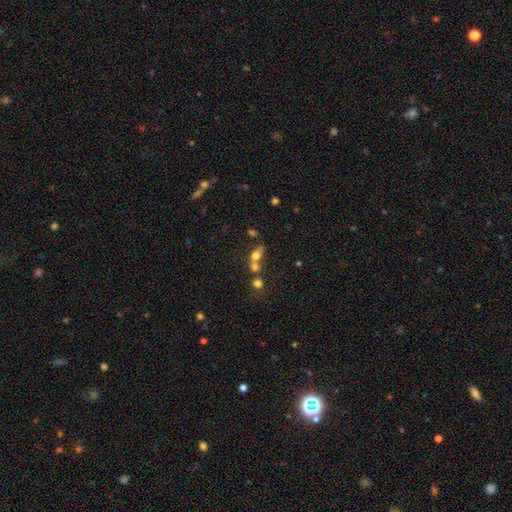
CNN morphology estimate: A smooth galaxy with no disk features (65%) that is in between round and cigar-shaped (51%).

Vote fractions:
- Smooth or featured? smooth: 65% / featured or disk: 22% / star or artifact: 14%
- How rounded? in between: 51% / round: 41% / cigar-shaped: 8%
- Merging? merger: 54% / none: 30% / minor disturbance: 9% / major disturbance: 6%